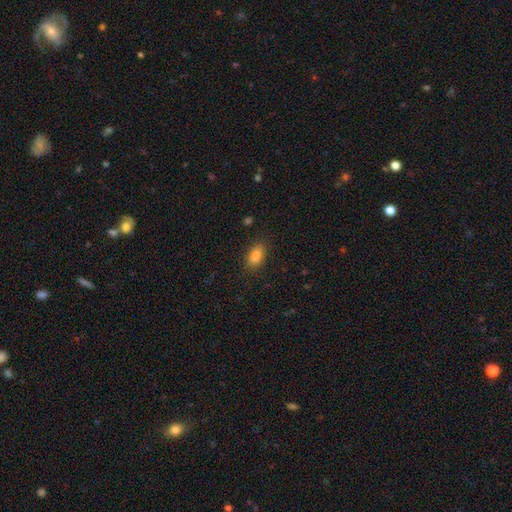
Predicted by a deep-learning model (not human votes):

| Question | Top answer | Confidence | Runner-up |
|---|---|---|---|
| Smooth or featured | smooth | 87% | star or artifact (9%) |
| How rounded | in between | 89% | round (6%) |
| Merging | none | 85% | minor disturbance (10%) |